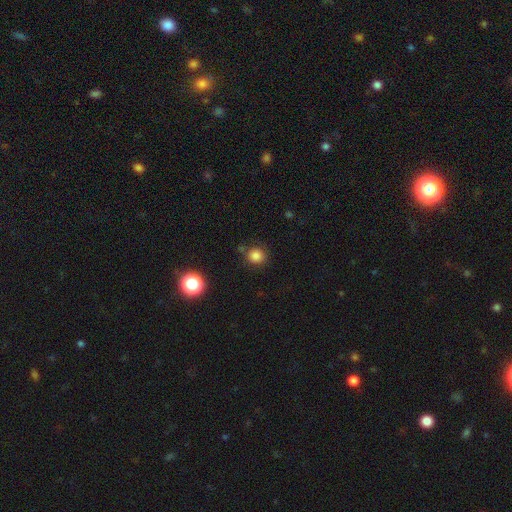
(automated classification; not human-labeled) Overall: smooth (82%). How rounded: round (88%). Merging: none (81%).